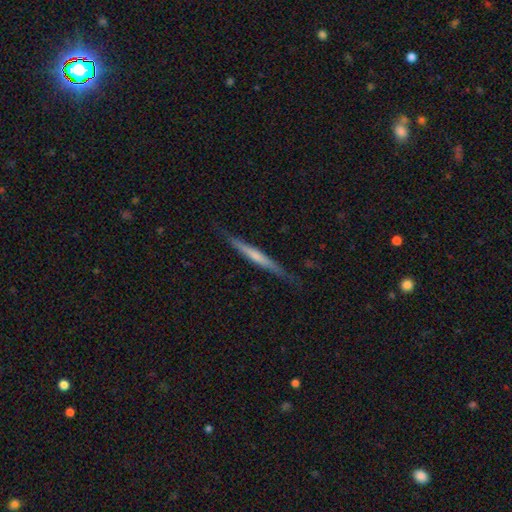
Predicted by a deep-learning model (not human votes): featured or disk 56%, smooth 38%, star or artifact 6%. Down the decision tree: edge-on disk — yes (96%); edge-on bulge — none (57%); merging — none (82%).